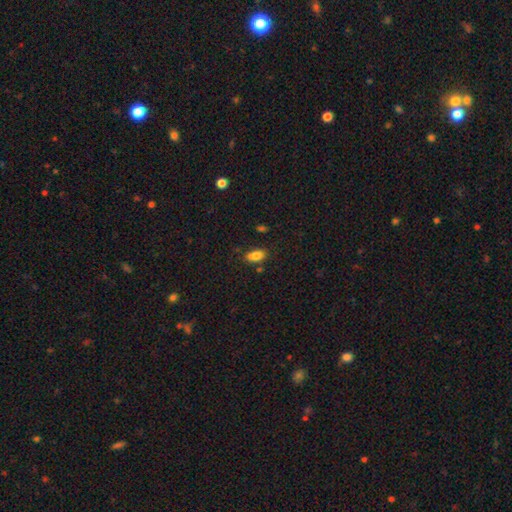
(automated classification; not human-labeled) A smooth galaxy with no disk features (85%) that is in between round and cigar-shaped (90%). Merging: none (78%).